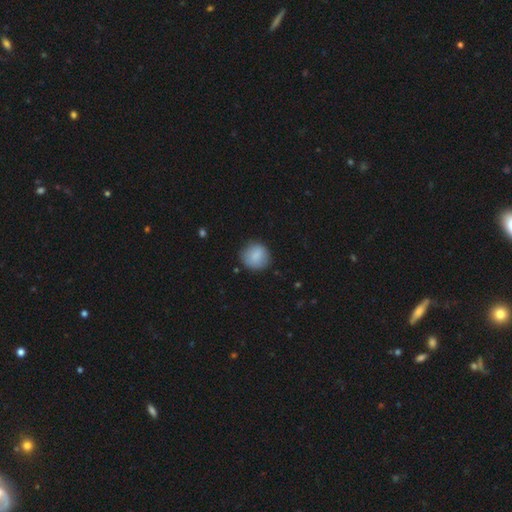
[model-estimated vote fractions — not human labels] smooth 86%, star or artifact 7%, featured or disk 7%. Down the decision tree: how rounded — round (89%); merging — none (84%).